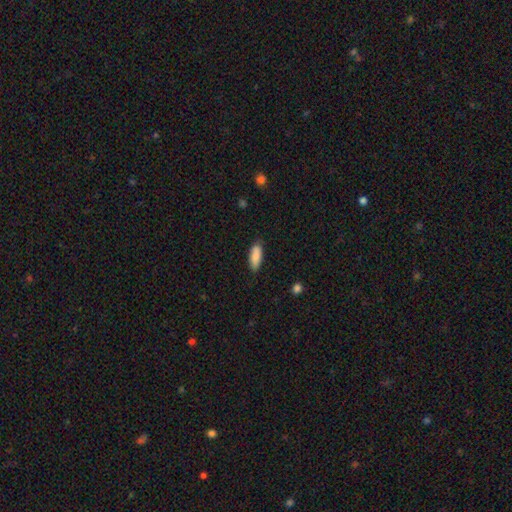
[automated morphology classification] Smooth or featured?
  - smooth: 88% *
  - featured or disk: 6%
  - star or artifact: 6%
How rounded?
  - in between: 68% *
  - cigar-shaped: 31%
  - round: 2%
Merging?
  - none: 83% *
  - minor disturbance: 13%
  - major disturbance: 2%
  - merger: 2%